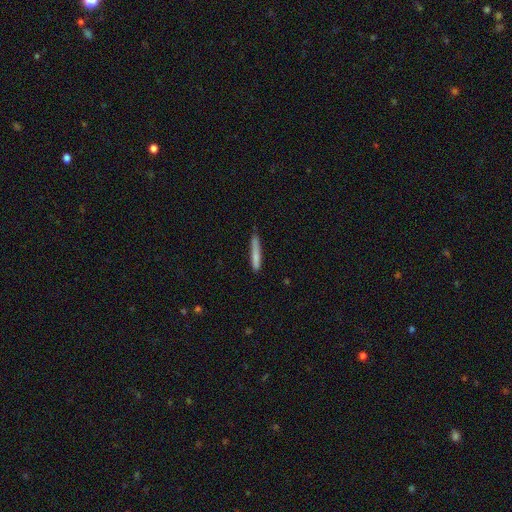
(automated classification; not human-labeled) Smooth or featured? Predicted: smooth (p=0.78). How rounded? Predicted: cigar-shaped (p=0.94). Merging? Predicted: none (p=0.76).